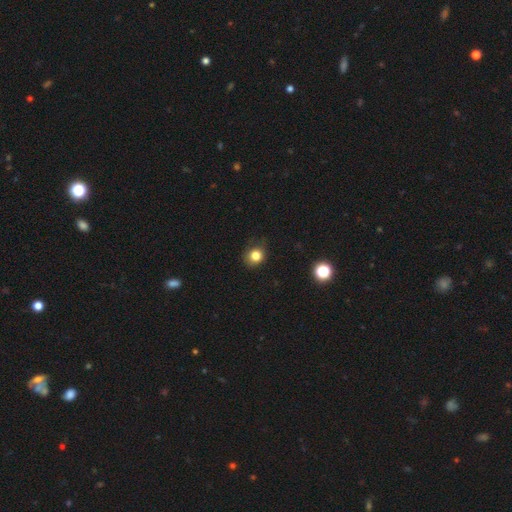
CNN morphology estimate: This appears to be a smooth galaxy with no disk features (81%) that is round (77%). Merging: none (76%).